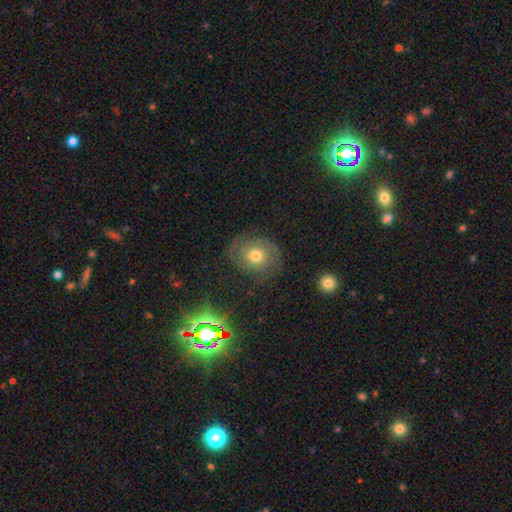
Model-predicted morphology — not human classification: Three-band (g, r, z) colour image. It shows a featured or disk galaxy (43%, tied with smooth). Merging: none (73%).